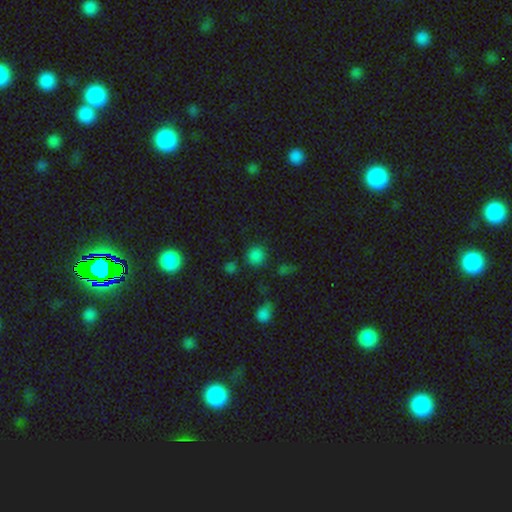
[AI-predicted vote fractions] Overall: smooth (74%). How rounded: round (89%). Merging: none (79%).